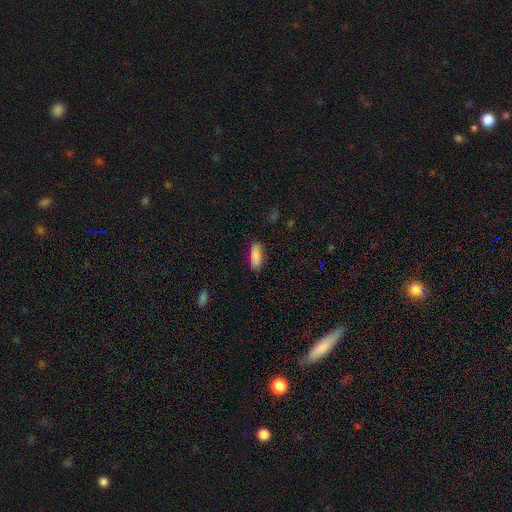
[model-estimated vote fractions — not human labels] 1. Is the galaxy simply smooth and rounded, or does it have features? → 87% smooth, 6% star or artifact, 6% featured or disk.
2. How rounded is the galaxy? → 72% in between, 26% cigar-shaped, 2% round.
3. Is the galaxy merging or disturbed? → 83% none, 13% minor disturbance, 3% major disturbance, 1% merger.